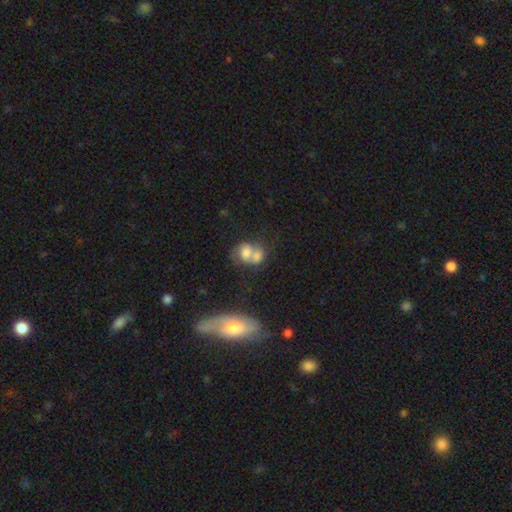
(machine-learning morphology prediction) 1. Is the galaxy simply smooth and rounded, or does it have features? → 60% smooth, 29% featured or disk, 11% star or artifact.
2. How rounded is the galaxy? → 53% in between, 45% round, 2% cigar-shaped.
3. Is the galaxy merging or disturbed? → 63% merger, 22% none, 9% minor disturbance, 6% major disturbance.